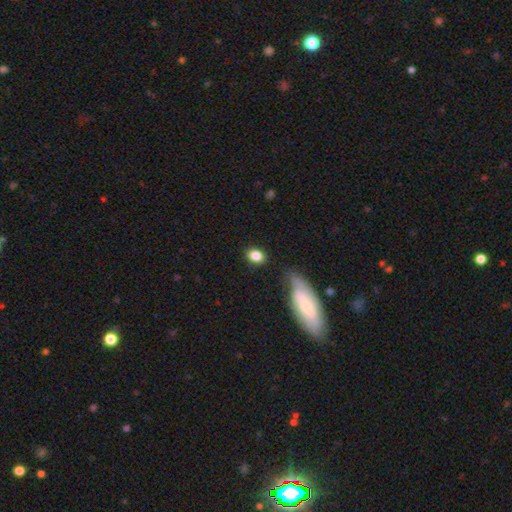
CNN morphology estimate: Overall: smooth (85%). How rounded: in between (68%; round 30%). Merging: none (82%).